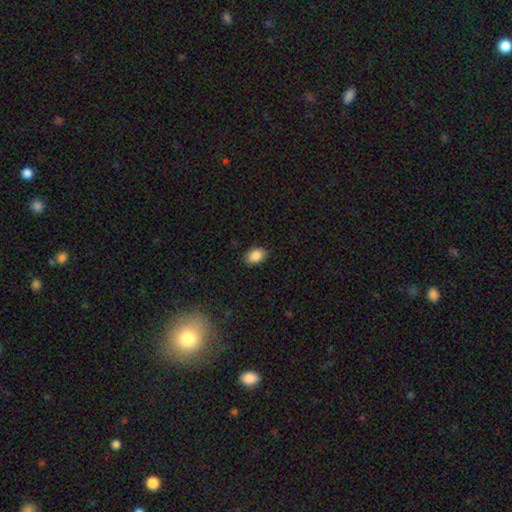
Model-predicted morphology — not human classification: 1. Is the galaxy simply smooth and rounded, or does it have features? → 88% smooth, 8% star or artifact, 4% featured or disk.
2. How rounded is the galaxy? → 85% in between, 14% round, 1% cigar-shaped.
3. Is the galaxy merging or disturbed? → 87% none, 10% minor disturbance, 2% major disturbance, 1% merger.